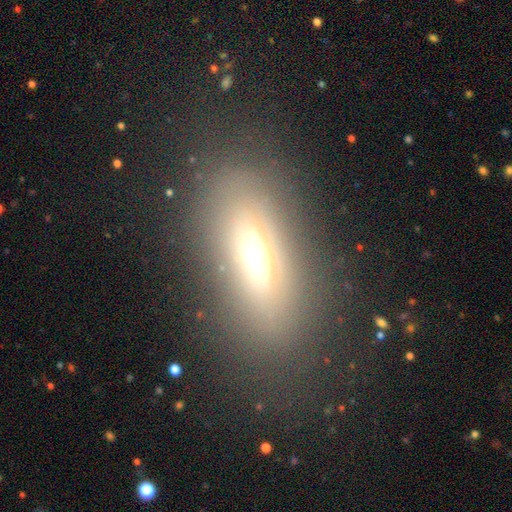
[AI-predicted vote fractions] smooth_or_featured: smooth (p=0.44) [alt: featured or disk p=0.42]
merging: none (p=0.77) [alt: minor disturbance p=0.13]